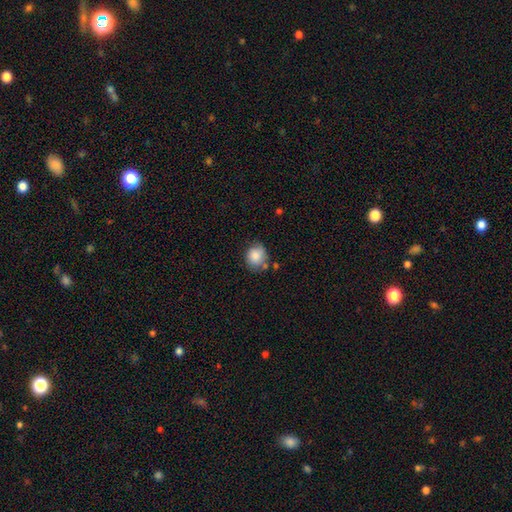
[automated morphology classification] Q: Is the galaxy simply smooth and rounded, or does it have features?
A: smooth — 85%.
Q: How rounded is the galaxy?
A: round — 76%.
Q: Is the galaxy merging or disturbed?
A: none — 64%.